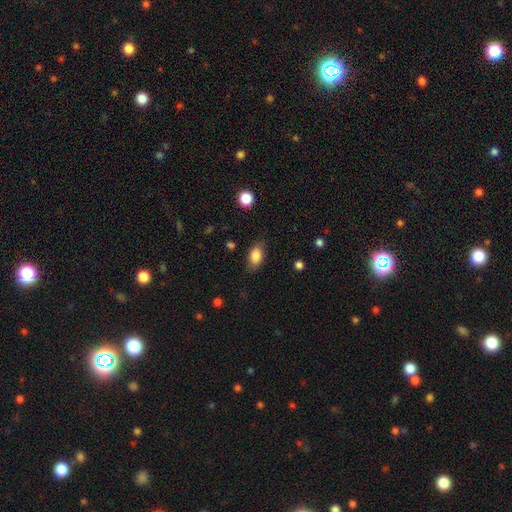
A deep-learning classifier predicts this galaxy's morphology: Smooth or featured: smooth — 83% (featured or disk — 10%)
How rounded: in between — 89% (round — 7%)
Merging: none — 77% (minor disturbance — 17%)